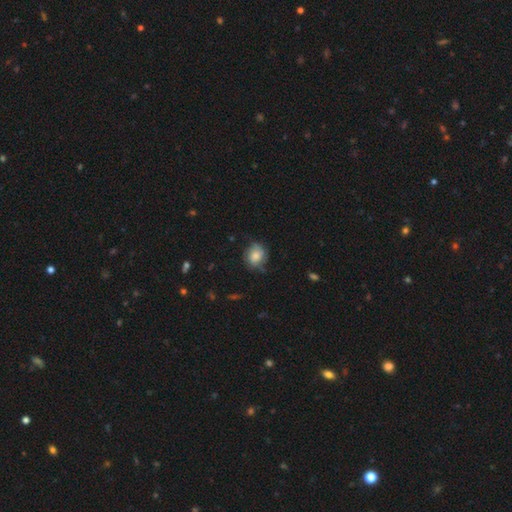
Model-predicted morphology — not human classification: Smooth or featured? smooth (66%)
How rounded? round (71%)
Merging? none (64%)